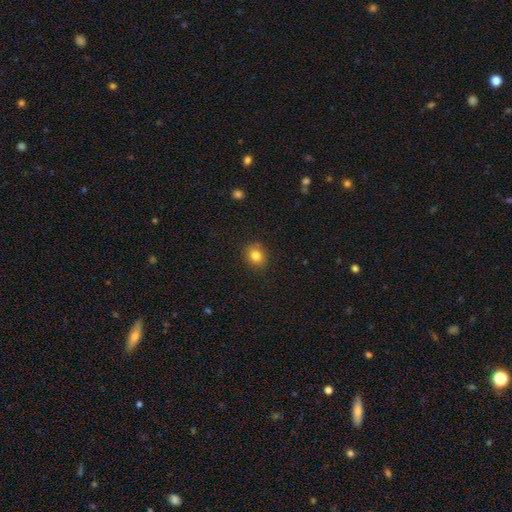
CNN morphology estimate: This is clearly a smooth galaxy (82%). How rounded: likely round (72%). Merging: clearly none (87%).